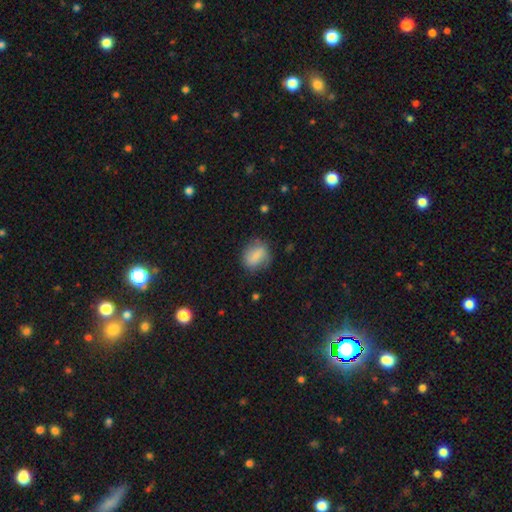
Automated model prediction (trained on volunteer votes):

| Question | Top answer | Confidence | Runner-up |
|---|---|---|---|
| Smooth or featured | smooth | 77% | featured or disk (14%) |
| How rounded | in between | 57% | round (41%) |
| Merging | none | 63% | minor disturbance (25%) |